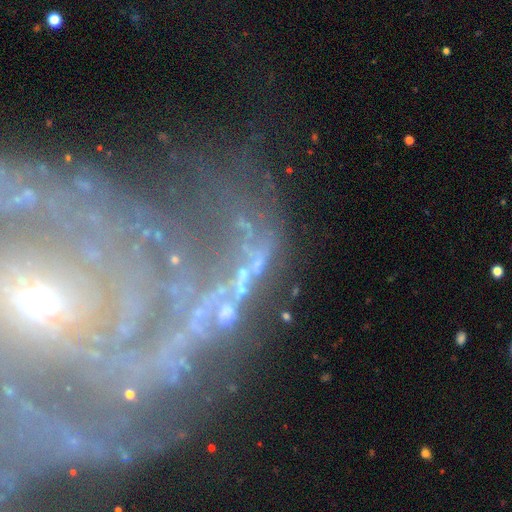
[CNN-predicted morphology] Q: Smooth or featured?
A: featured or disk (52%); runner-up: star or artifact (35%)
Q: Edge-on disk?
A: no (90%); runner-up: yes (10%)
Q: Merging?
A: none (42%); runner-up: major disturbance (29%)